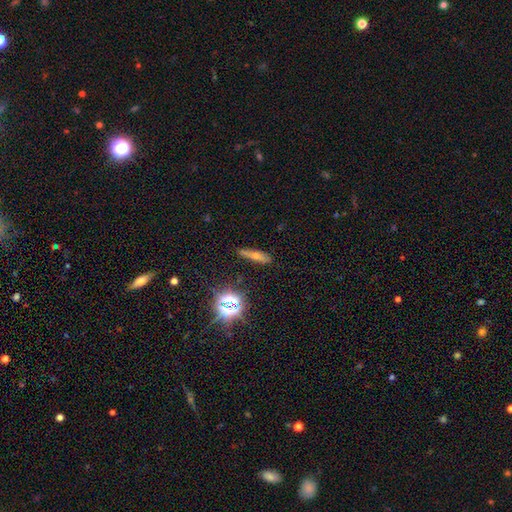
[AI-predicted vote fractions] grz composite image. It shows a featured or disk galaxy (37%). Merging: none (84%).